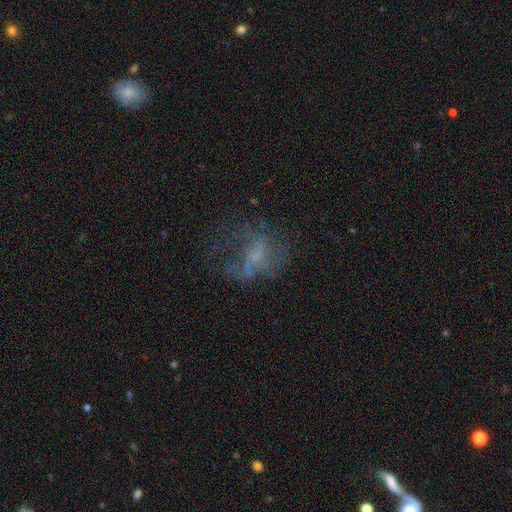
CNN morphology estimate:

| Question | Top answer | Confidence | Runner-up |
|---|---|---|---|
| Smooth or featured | featured or disk | 54% | smooth (28%) |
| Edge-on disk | no | 97% | yes (3%) |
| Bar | no | 62% | weak (30%) |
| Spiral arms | no | 59% | yes (41%) |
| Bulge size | none | 51% | small (28%) |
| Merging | none | 40% | major disturbance (39%) |